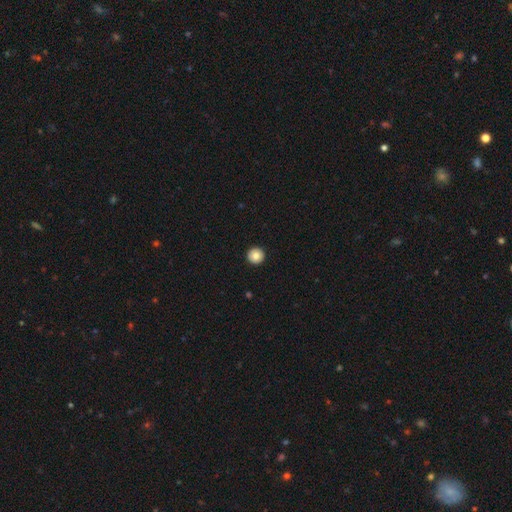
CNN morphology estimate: This appears to be a smooth galaxy with no disk features (82%) that is round (96%). Merging: none (94%).